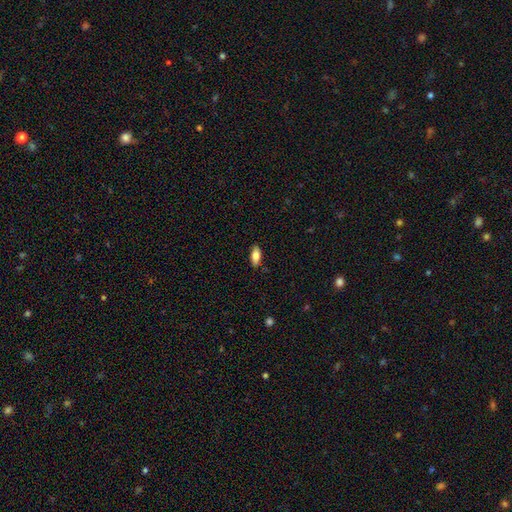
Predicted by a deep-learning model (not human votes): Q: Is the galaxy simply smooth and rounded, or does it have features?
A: smooth — 76%.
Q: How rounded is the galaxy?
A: in between — 82%.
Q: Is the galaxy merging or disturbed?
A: none — 88%.